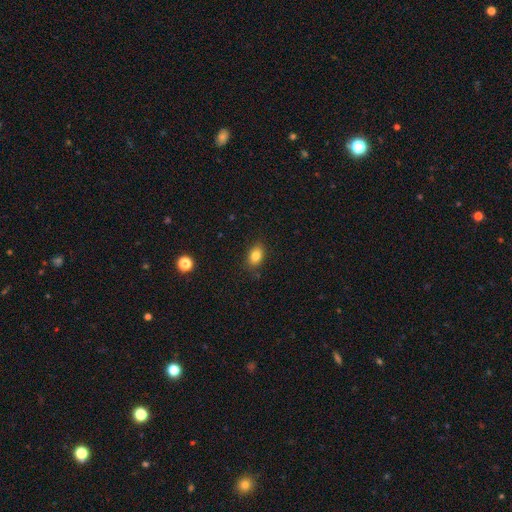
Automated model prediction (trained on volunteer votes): Morphology: type=smooth (83%); roundness=in between (79%); merging=none (84%).